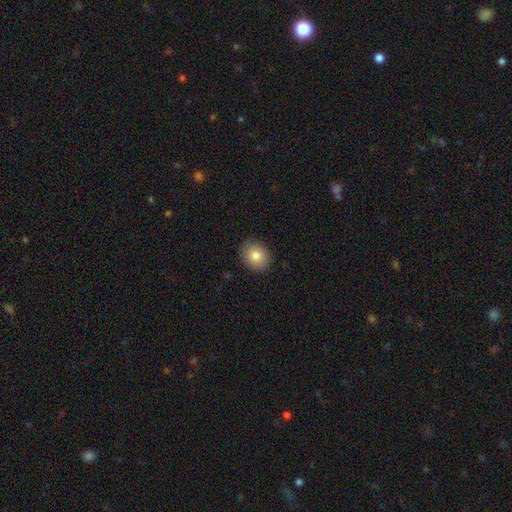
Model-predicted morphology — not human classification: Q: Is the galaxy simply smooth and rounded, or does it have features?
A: smooth — 82%.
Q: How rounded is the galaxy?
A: round — 56%.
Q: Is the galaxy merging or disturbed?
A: none — 90%.